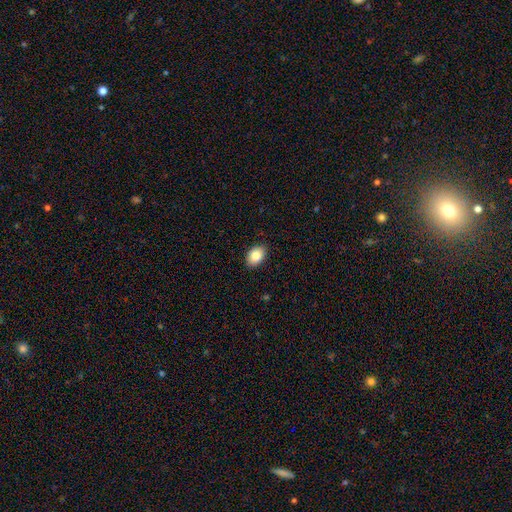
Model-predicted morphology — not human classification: A smooth galaxy with no disk features (85%) that is in between round and cigar-shaped (81%). Merging: none (89%).